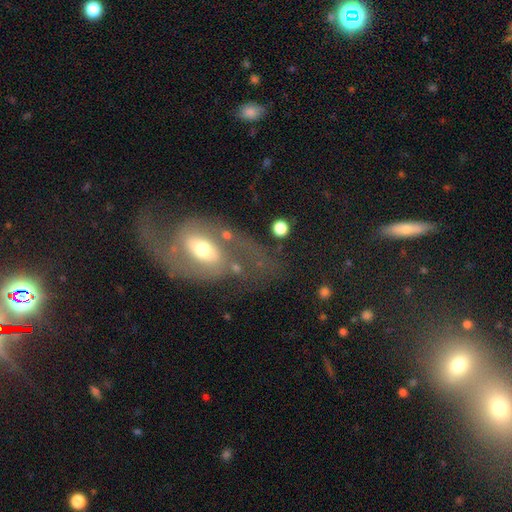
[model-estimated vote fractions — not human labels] This appears to be a featured or disk galaxy (85%) with a weak bar (45%), 2 (87%) medium (52%) spiral arms (93%) and a moderate central bulge (64%). Merging: none (65%).